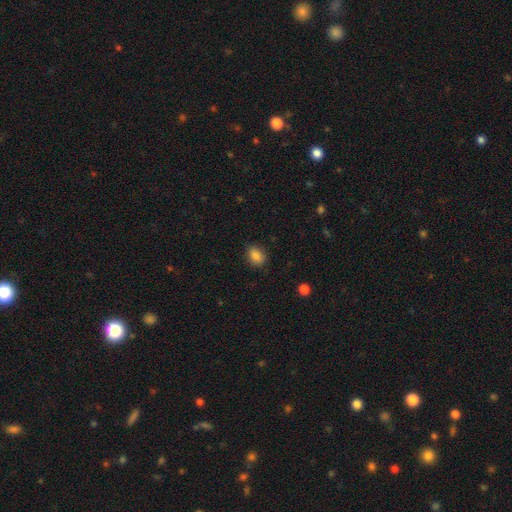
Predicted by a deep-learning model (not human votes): smooth_or_featured: smooth (p=0.85) [alt: star or artifact p=0.10]
how_rounded: in between (p=0.63) [alt: round p=0.36]
merging: none (p=0.84) [alt: minor disturbance p=0.12]